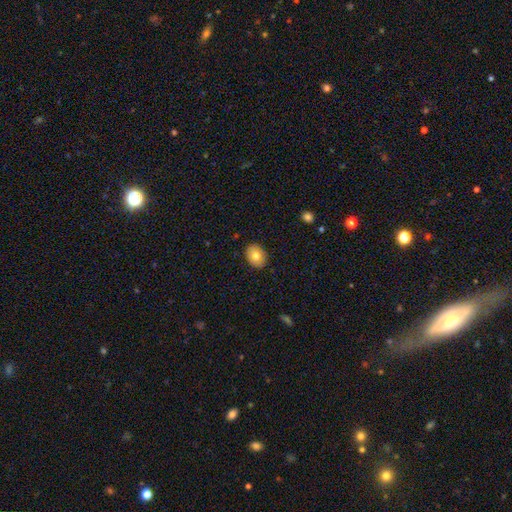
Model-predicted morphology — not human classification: Overall: smooth (78%). How rounded: in between (52%; round 47%). Merging: none (88%).